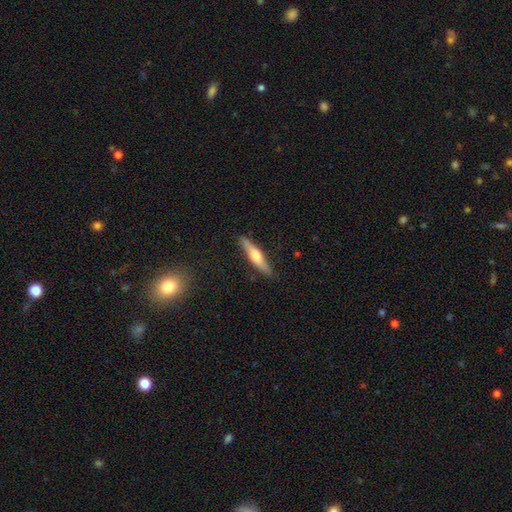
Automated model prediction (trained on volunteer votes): Smooth or featured? featured or disk (48%)
Merging? none (87%)